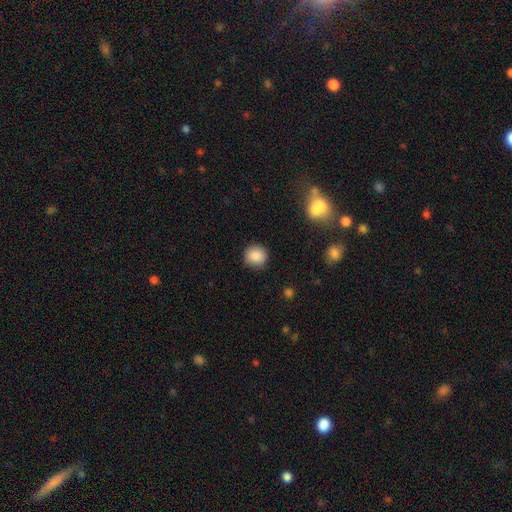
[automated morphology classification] Smooth or featured? Predicted: smooth (p=0.87). How rounded? Predicted: round (p=0.88). Merging? Predicted: none (p=0.87).